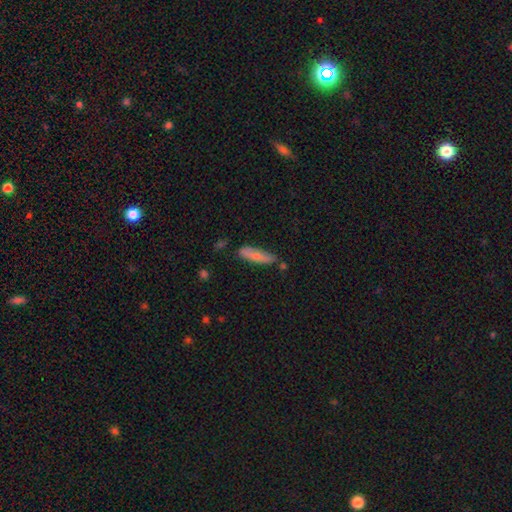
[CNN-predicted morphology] Smooth or featured?
  - smooth: 74% *
  - featured or disk: 20%
  - star or artifact: 6%
How rounded?
  - cigar-shaped: 65% *
  - in between: 33%
  - round: 2%
Merging?
  - none: 64% *
  - minor disturbance: 25%
  - merger: 6%
  - major disturbance: 5%